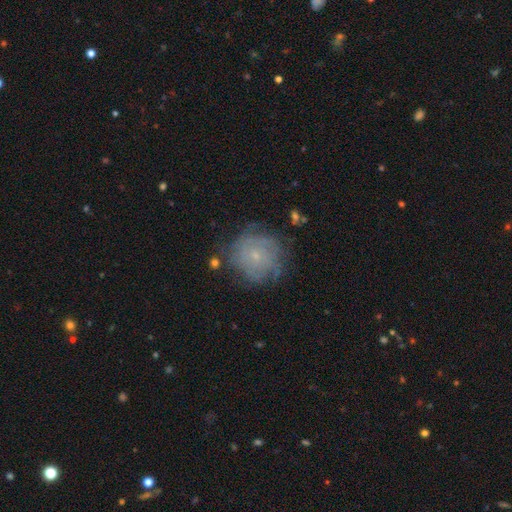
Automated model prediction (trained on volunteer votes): Q: Smooth or featured?
A: featured or disk (54%); runner-up: smooth (34%)
Q: Edge-on disk?
A: no (97%); runner-up: yes (3%)
Q: Bar?
A: no (84%); runner-up: weak (13%)
Q: Spiral arms?
A: yes (70%); runner-up: no (30%)
Q: Bulge size?
A: small (81%); runner-up: moderate (13%)
Q: Merging?
A: none (68%); runner-up: minor disturbance (19%)